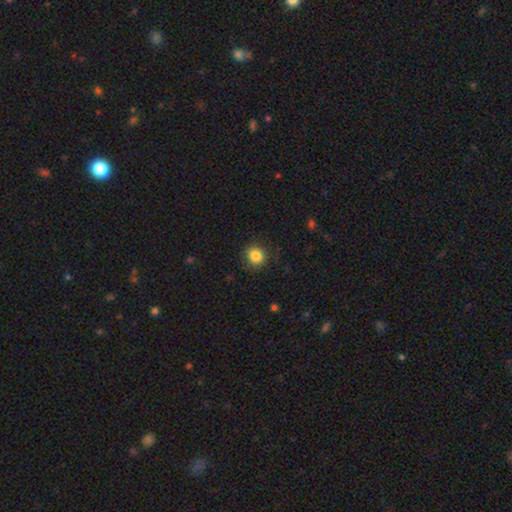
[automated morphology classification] type=smooth (84%); roundness=round (79%); merging=none (85%).